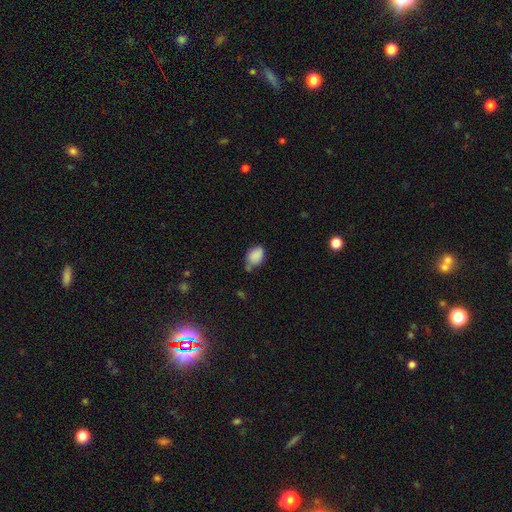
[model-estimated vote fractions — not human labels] Smooth or featured? Predicted: smooth (p=0.86). How rounded? Predicted: in between (p=0.74). Merging? Predicted: none (p=0.51).